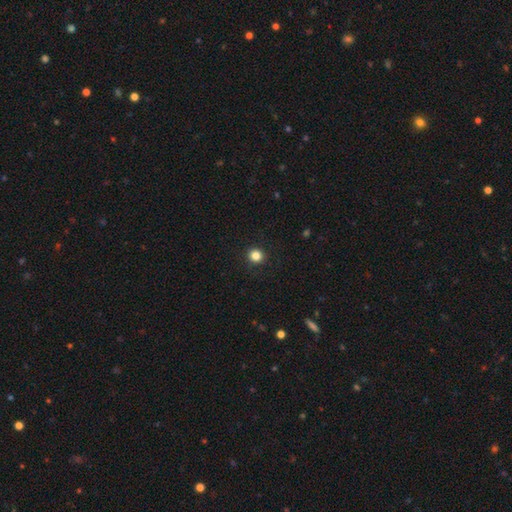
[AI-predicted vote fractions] Q: Smooth or featured?
A: smooth (84%); runner-up: star or artifact (12%)
Q: How rounded?
A: round (91%); runner-up: in between (8%)
Q: Merging?
A: none (93%); runner-up: minor disturbance (5%)